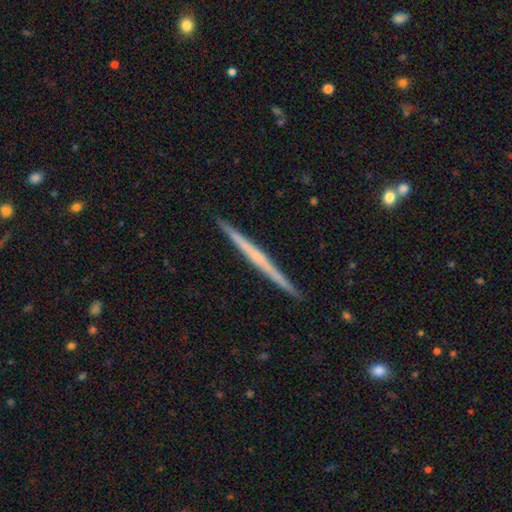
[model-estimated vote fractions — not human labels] Smooth or featured? Predicted: featured or disk (p=0.63). Edge-on disk? Predicted: yes (p=0.98). Edge-on bulge? Predicted: none (p=0.80). Merging? Predicted: none (p=0.93).